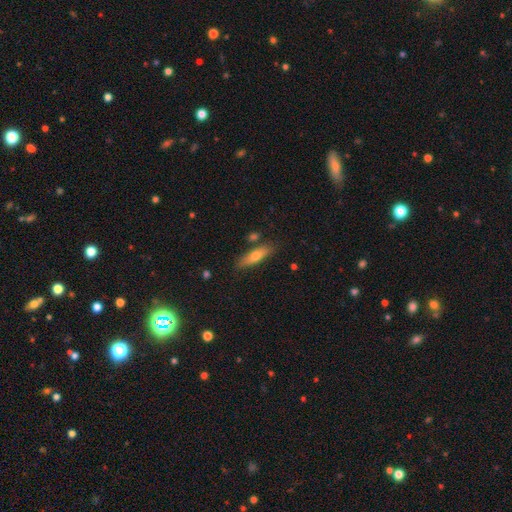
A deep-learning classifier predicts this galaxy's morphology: Q: Smooth or featured?
A: smooth (63%); runner-up: featured or disk (30%)
Q: How rounded?
A: cigar-shaped (64%); runner-up: in between (33%)
Q: Merging?
A: none (79%); runner-up: minor disturbance (13%)